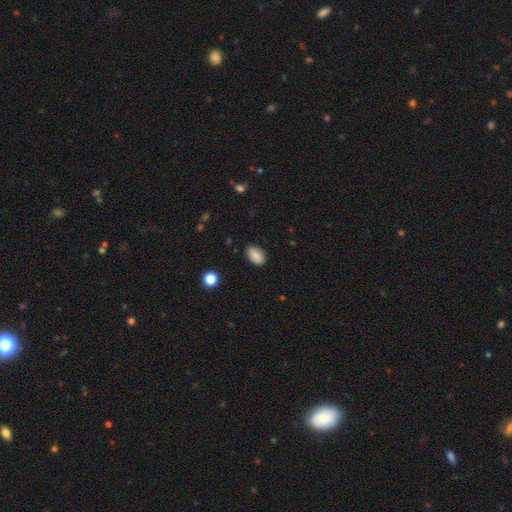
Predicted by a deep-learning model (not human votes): Smooth or featured?
  - smooth: 86% *
  - star or artifact: 8%
  - featured or disk: 6%
How rounded?
  - in between: 88% *
  - round: 10%
  - cigar-shaped: 1%
Merging?
  - none: 83% *
  - minor disturbance: 14%
  - major disturbance: 3%
  - merger: 1%